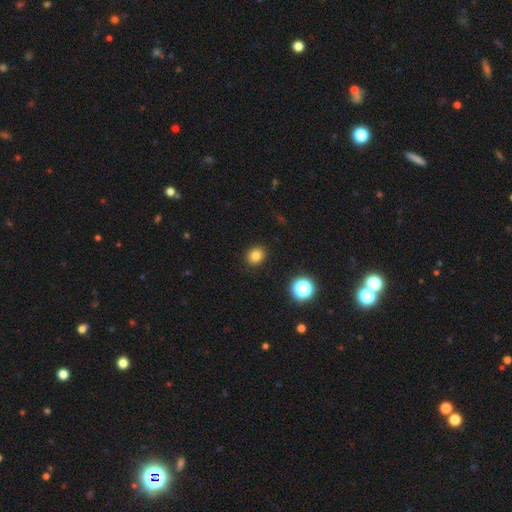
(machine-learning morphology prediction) The model was most divided on "how rounded": round: 71%, in between: 28%, cigar-shaped: 1%. More confident: merging — none (91%); smooth or featured — smooth (81%).